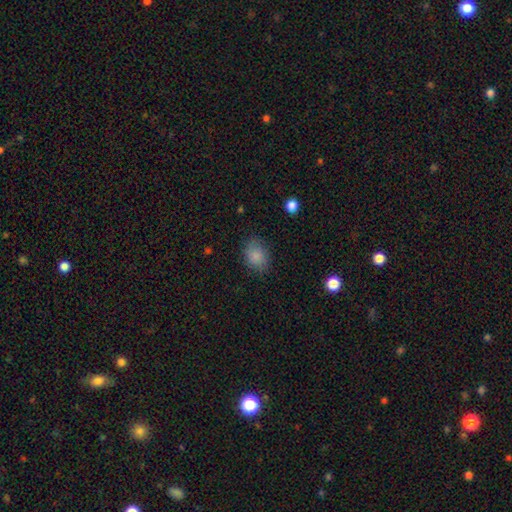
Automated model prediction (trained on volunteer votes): smooth_or_featured: smooth (p=0.86) [alt: star or artifact p=0.08]
how_rounded: in between (p=0.60) [alt: round p=0.39]
merging: none (p=0.79) [alt: minor disturbance p=0.15]